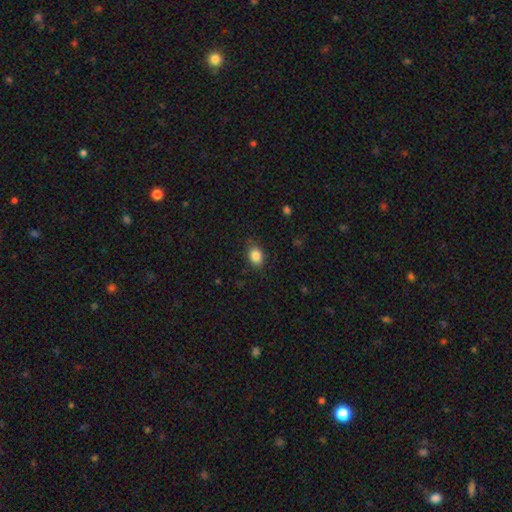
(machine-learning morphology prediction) Smooth or featured? smooth (85%)
How rounded? in between (71%)
Merging? none (82%)